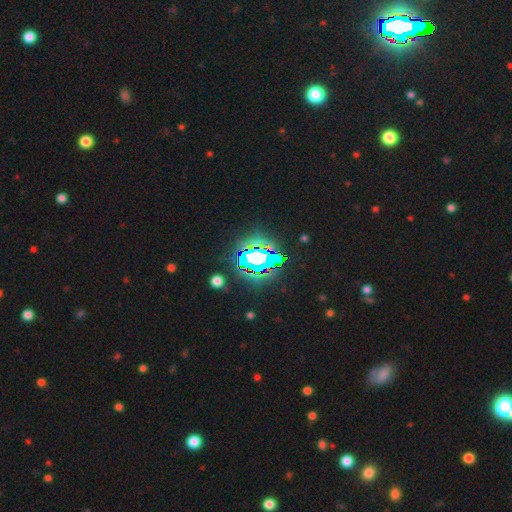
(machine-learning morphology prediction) smooth_or_featured: star or artifact (p=0.66) [alt: featured or disk p=0.18]